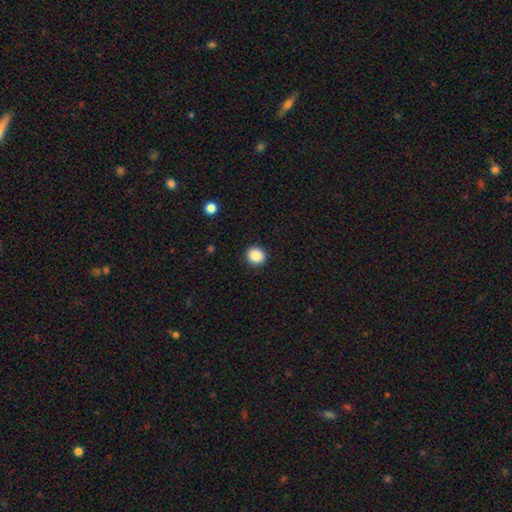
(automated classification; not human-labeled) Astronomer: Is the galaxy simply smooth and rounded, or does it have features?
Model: smooth — 88%.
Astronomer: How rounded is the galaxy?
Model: round — 90%.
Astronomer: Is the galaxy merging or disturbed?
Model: none — 91%.